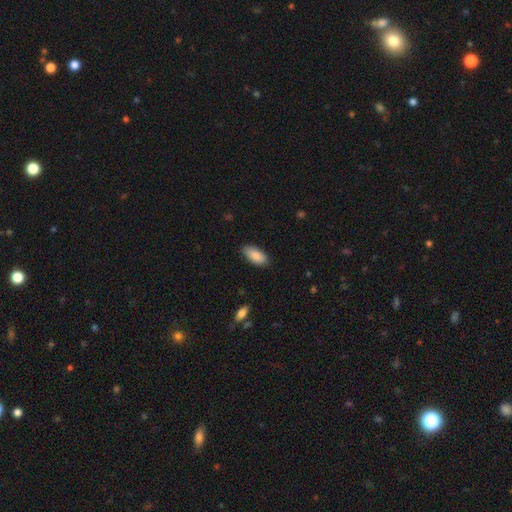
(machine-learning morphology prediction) Q: Smooth or featured?
A: smooth (88%); runner-up: featured or disk (6%)
Q: How rounded?
A: in between (89%); runner-up: cigar-shaped (9%)
Q: Merging?
A: none (85%); runner-up: minor disturbance (12%)